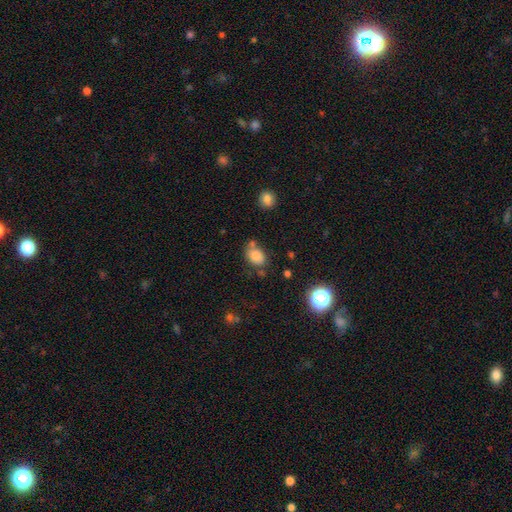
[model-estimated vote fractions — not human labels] Overall: smooth (80%). How rounded: in between (62%; round 37%). Merging: none (63%).